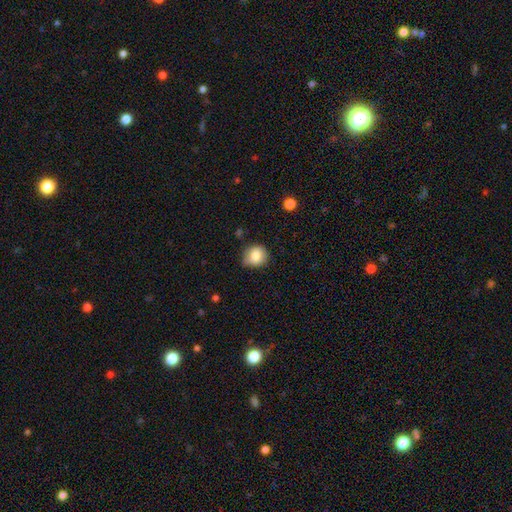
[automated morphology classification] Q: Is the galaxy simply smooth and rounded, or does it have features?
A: smooth — 84%.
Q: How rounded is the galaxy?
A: round — 85%.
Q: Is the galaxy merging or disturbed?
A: none — 65%.